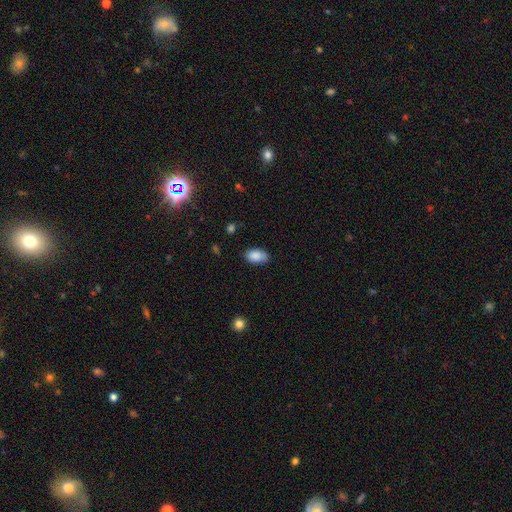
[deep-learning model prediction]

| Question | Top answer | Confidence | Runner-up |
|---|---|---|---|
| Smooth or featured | smooth | 87% | star or artifact (7%) |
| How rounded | in between | 93% | round (5%) |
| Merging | none | 78% | minor disturbance (18%) |